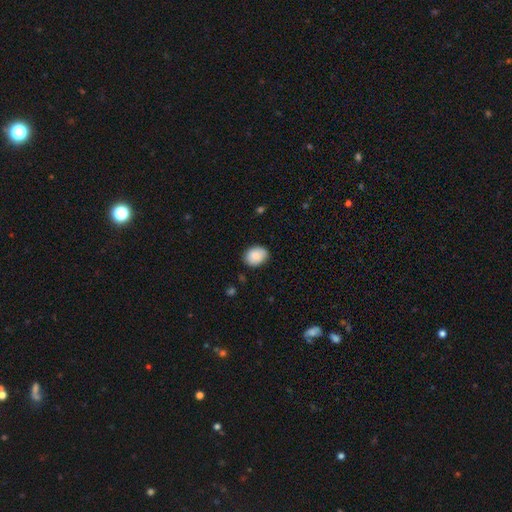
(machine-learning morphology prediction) Q: Smooth or featured?
A: smooth (87%); runner-up: star or artifact (7%)
Q: How rounded?
A: in between (60%); runner-up: round (39%)
Q: Merging?
A: none (81%); runner-up: minor disturbance (15%)